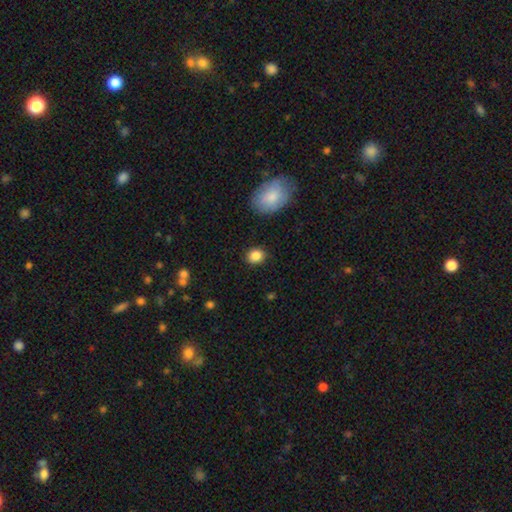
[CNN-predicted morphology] A smooth galaxy with no disk features (86%) that is round (67%).

Vote fractions:
- Smooth or featured? smooth: 86% / star or artifact: 9% / featured or disk: 5%
- How rounded? round: 67% / in between: 32% / cigar-shaped: 1%
- Merging? none: 87% / minor disturbance: 9% / major disturbance: 2% / merger: 2%